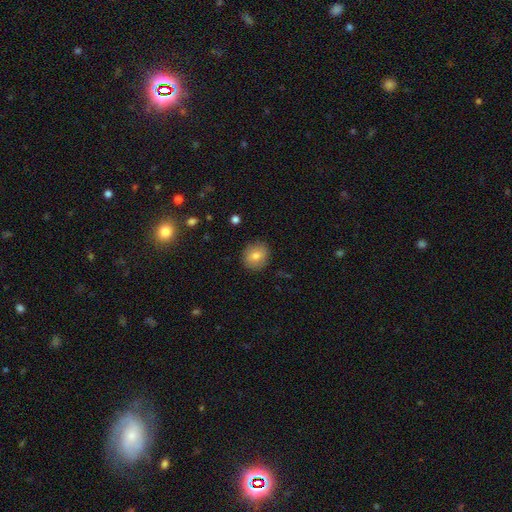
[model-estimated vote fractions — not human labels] Morphology: type=smooth (78%); roundness=round (72%); merging=none (87%).